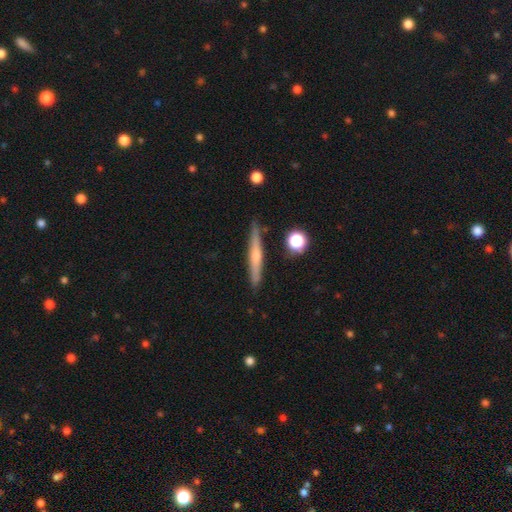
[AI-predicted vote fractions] A featured or disk galaxy (56%) viewed edge-on (96%) with a rounded central bulge (67%). Merging: none (88%).